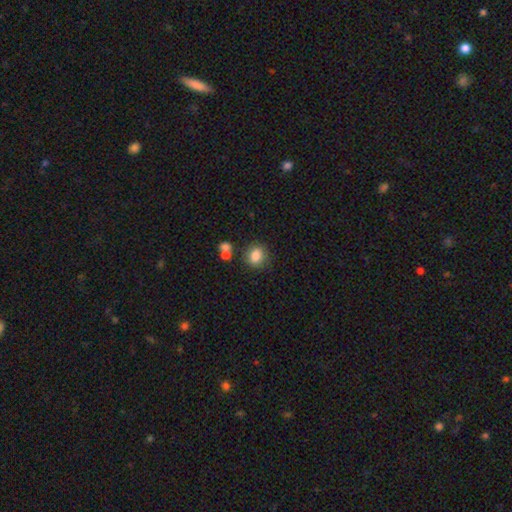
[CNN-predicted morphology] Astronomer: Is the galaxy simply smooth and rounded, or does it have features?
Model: smooth — 83%.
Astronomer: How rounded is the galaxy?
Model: round — 69%.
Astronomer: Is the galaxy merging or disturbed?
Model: none — 76%.